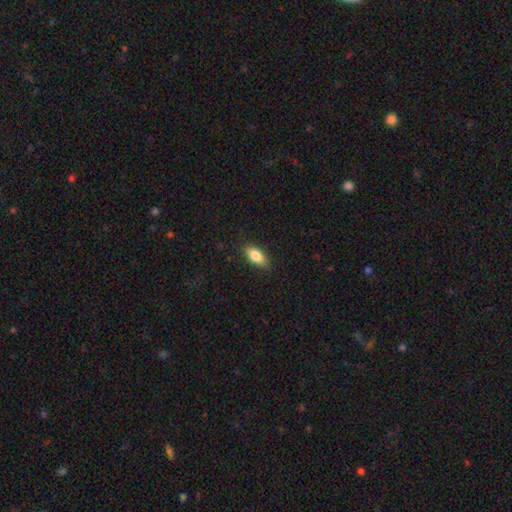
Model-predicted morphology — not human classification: This is clearly a smooth galaxy (82%). How rounded: clearly in between (85%). Merging: clearly none (84%).